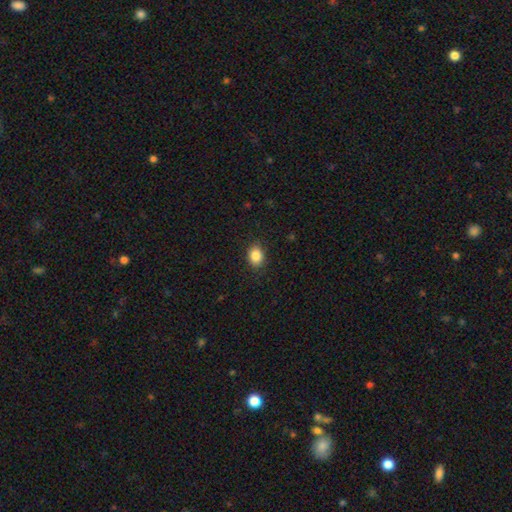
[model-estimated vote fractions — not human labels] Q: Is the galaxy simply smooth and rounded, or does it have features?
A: smooth — 86%.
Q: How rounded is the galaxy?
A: in between — 60%.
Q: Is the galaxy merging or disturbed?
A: none — 88%.